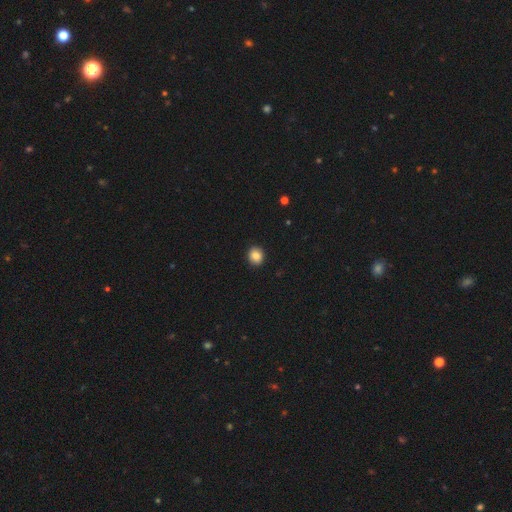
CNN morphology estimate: Smooth or featured?
  - smooth: 86% *
  - star or artifact: 9%
  - featured or disk: 5%
How rounded?
  - round: 78% *
  - in between: 21%
  - cigar-shaped: 1%
Merging?
  - none: 91% *
  - minor disturbance: 6%
  - major disturbance: 2%
  - merger: 1%